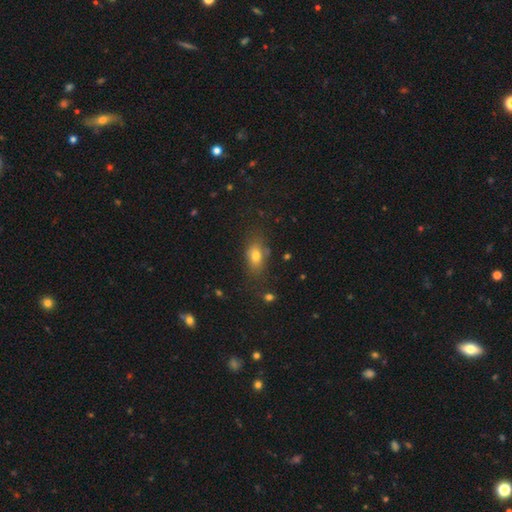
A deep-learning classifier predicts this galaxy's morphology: smooth-or-featured: smooth: 73% | star or artifact: 13% | featured or disk: 13%
  how-rounded: in between: 80% | round: 15% | cigar-shaped: 5%
  merging: none: 73% | minor disturbance: 17% | major disturbance: 6% | merger: 3%